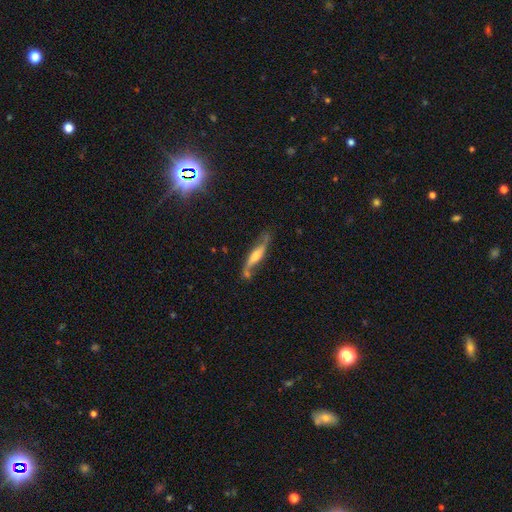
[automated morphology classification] featured or disk 70%, smooth 21%, star or artifact 9%. Down the decision tree: edge-on disk — yes (55%); merging — none (62%).